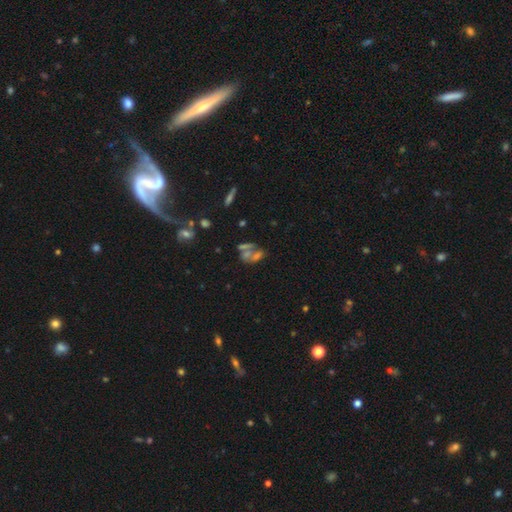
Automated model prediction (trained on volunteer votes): Smooth or featured?
  - featured or disk: 43% *
  - star or artifact: 29%
  - smooth: 28%
Merging?
  - merger: 39% *
  - none: 30%
  - major disturbance: 18%
  - minor disturbance: 13%